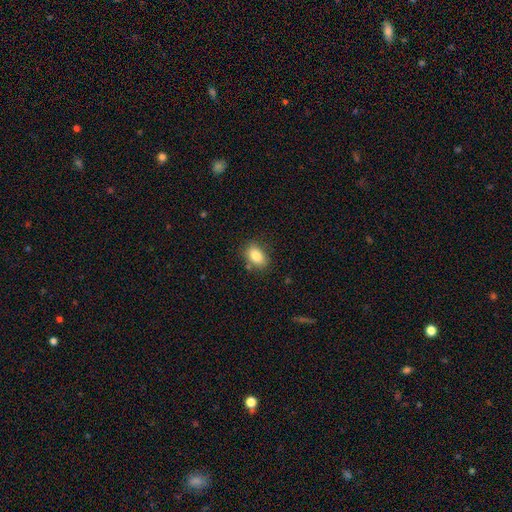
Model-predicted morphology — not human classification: Overall: smooth (84%). How rounded: in between (84%). Merging: none (80%).